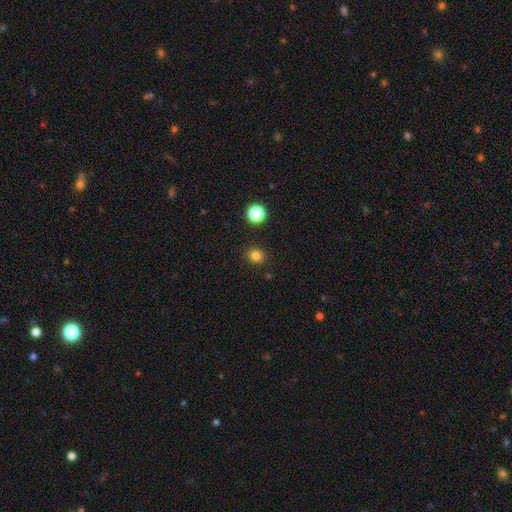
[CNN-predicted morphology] Smooth or featured? Predicted: smooth (p=0.81). How rounded? Predicted: round (p=0.82). Merging? Predicted: none (p=0.89).